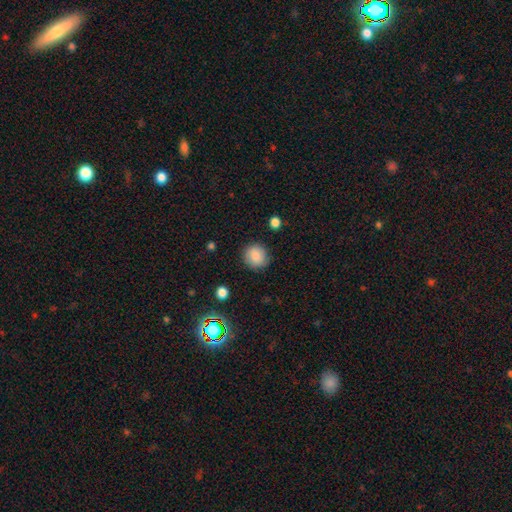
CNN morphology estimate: type=smooth (86%); roundness=round (90%); merging=none (87%).